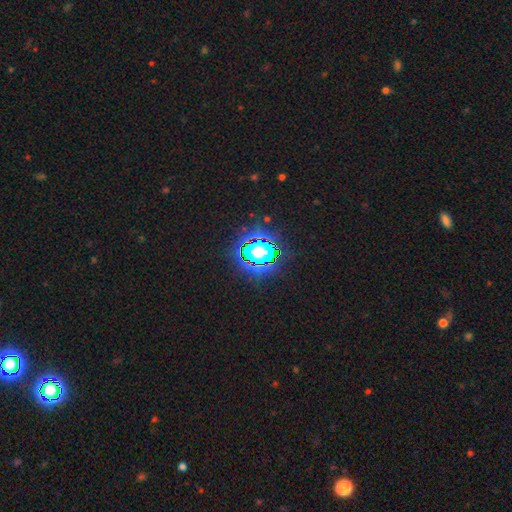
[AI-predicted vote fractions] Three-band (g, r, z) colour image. It shows a star or artifact, not a galaxy (84%).